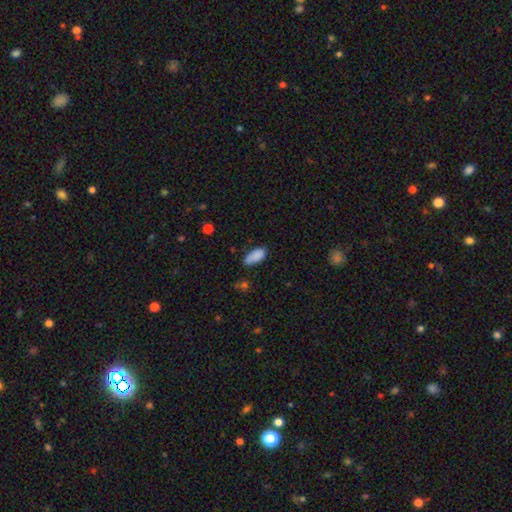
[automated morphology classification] smooth-or-featured: smooth: 87% | star or artifact: 8% | featured or disk: 5%
  how-rounded: in between: 87% | cigar-shaped: 10% | round: 2%
  merging: none: 67% | minor disturbance: 25% | major disturbance: 5% | merger: 3%